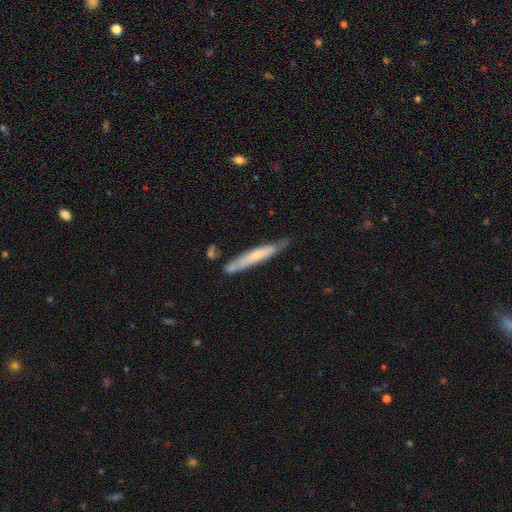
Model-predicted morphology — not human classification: smooth 51%, featured or disk 44%, star or artifact 6%. Down the decision tree: how rounded — cigar-shaped (93%); merging — none (63%).